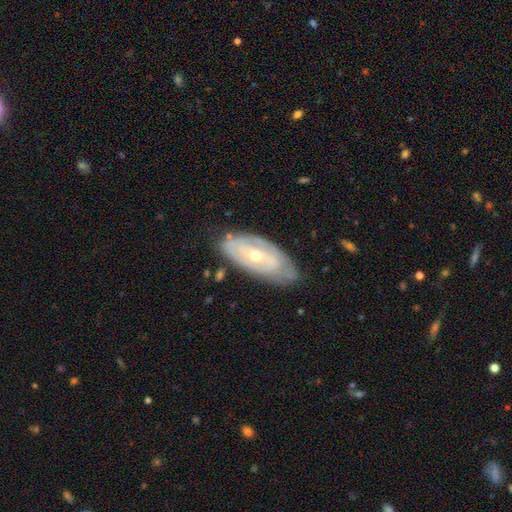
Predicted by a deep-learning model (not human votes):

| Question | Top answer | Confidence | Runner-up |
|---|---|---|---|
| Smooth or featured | featured or disk | 70% | smooth (24%) |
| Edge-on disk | no | 89% | yes (11%) |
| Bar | no | 72% | weak (21%) |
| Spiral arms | yes | 64% | no (36%) |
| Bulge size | small | 54% | moderate (43%) |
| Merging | none | 72% | minor disturbance (21%) |